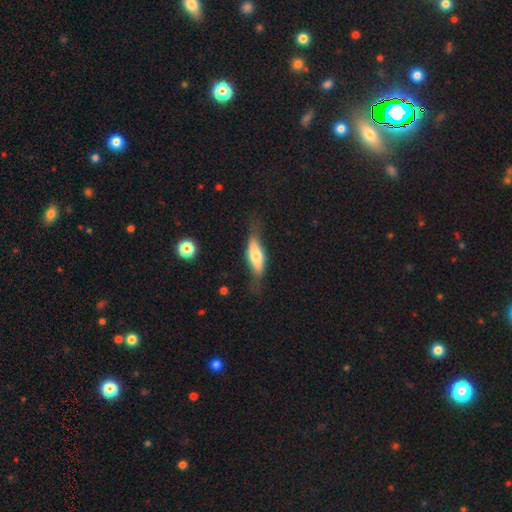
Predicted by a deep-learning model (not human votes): A smooth galaxy with no disk features (53%) that is in between round and cigar-shaped (57%).

Vote fractions:
- Smooth or featured? smooth: 53% / featured or disk: 41% / star or artifact: 6%
- How rounded? in between: 57% / cigar-shaped: 40% / round: 3%
- Merging? none: 62% / minor disturbance: 25% / major disturbance: 11% / merger: 2%